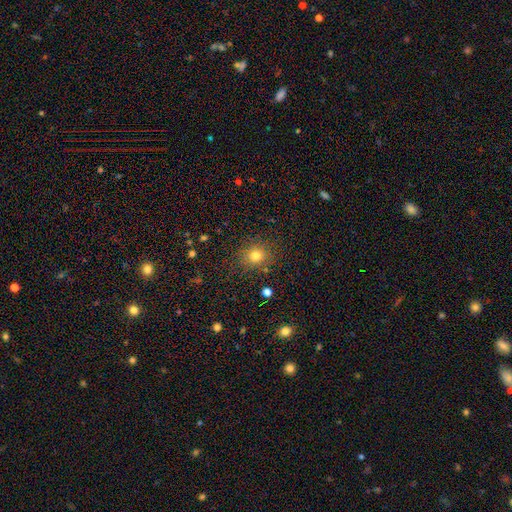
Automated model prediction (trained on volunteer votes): Q: Smooth or featured?
A: smooth (78%); runner-up: star or artifact (15%)
Q: How rounded?
A: round (78%); runner-up: in between (21%)
Q: Merging?
A: none (84%); runner-up: minor disturbance (10%)